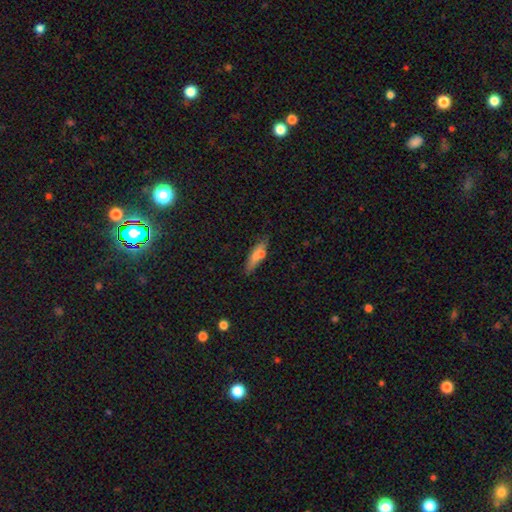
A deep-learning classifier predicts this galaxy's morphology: Smooth or featured?
  - smooth: 65% *
  - featured or disk: 23%
  - star or artifact: 11%
How rounded?
  - cigar-shaped: 67% *
  - in between: 30%
  - round: 3%
Merging?
  - none: 71% *
  - minor disturbance: 19%
  - merger: 5%
  - major disturbance: 5%